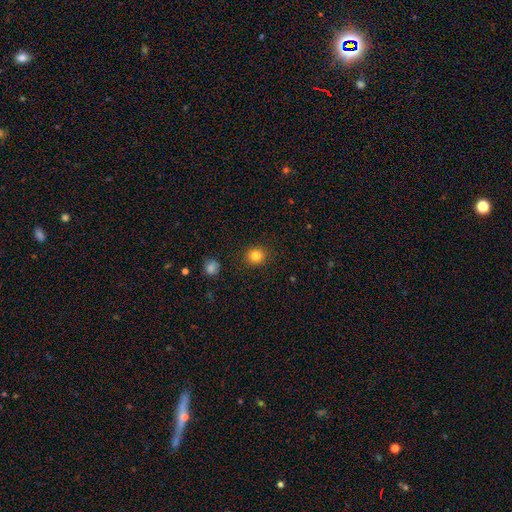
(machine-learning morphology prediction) Overall: smooth (83%). How rounded: round (87%). Merging: none (90%).